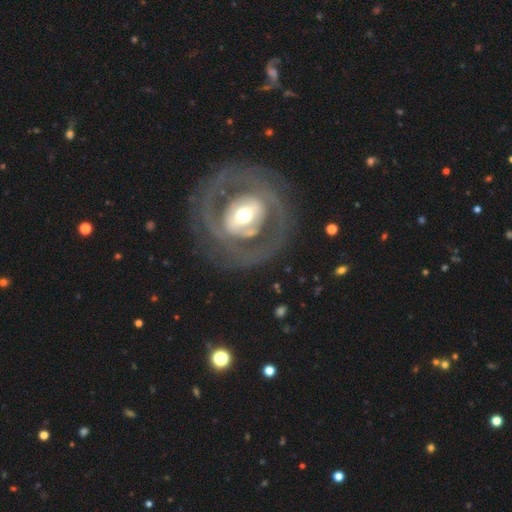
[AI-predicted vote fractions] Smooth or featured: featured or disk — 77% (smooth — 16%)
Edge-on disk: no — 94% (yes — 6%)
Bar: strong — 42% (weak — 29%)
Spiral arms: no — 51% (yes — 49%)
Bulge size: moderate — 56% (small — 27%)
Merging: none — 79% (minor disturbance — 11%)